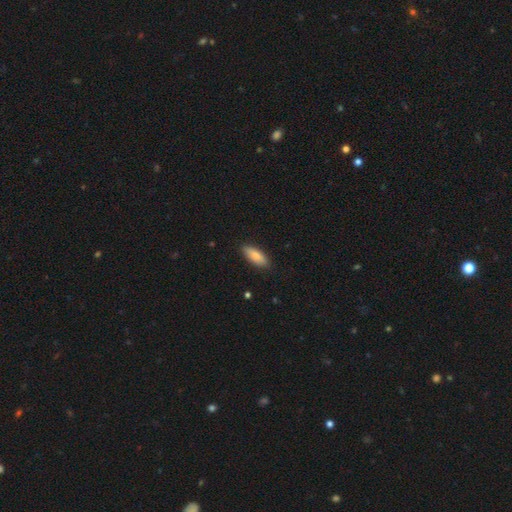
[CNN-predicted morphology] Smooth or featured?
  - smooth: 80% *
  - featured or disk: 14%
  - star or artifact: 6%
How rounded?
  - in between: 72% *
  - cigar-shaped: 26%
  - round: 2%
Merging?
  - none: 88% *
  - minor disturbance: 9%
  - major disturbance: 2%
  - merger: 1%